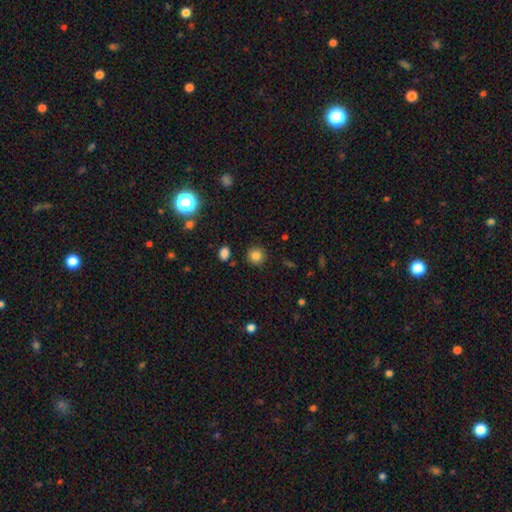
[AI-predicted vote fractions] smooth-or-featured: smooth: 83% | star or artifact: 12% | featured or disk: 5%
  how-rounded: round: 91% | in between: 8% | cigar-shaped: 1%
  merging: none: 89% | minor disturbance: 7% | merger: 2% | major disturbance: 2%